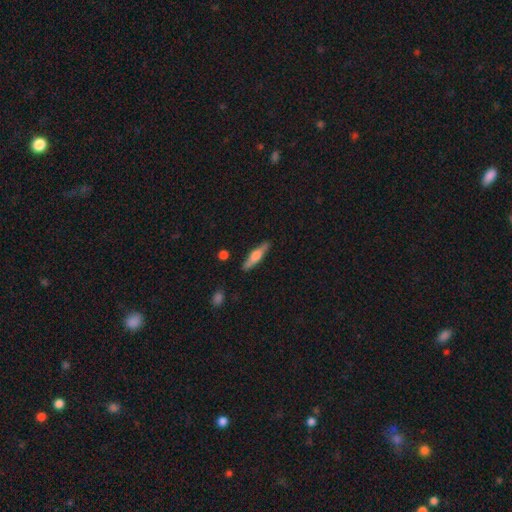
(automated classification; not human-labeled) This appears to be a featured or disk galaxy (48%). Merging: none (87%).